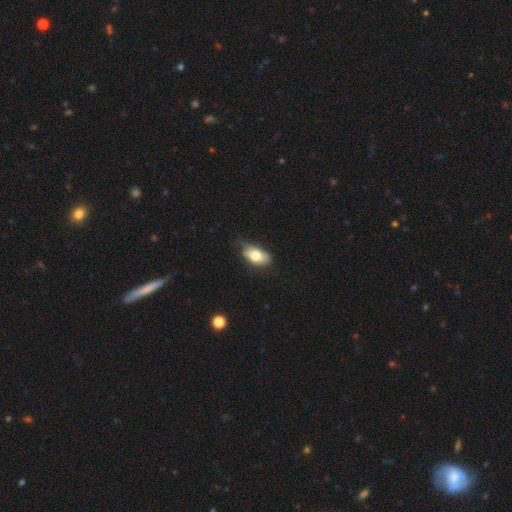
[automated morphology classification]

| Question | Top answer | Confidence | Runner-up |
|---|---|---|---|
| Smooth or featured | smooth | 72% | featured or disk (20%) |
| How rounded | in between | 89% | round (9%) |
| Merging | minor disturbance | 42% | none (40%) |